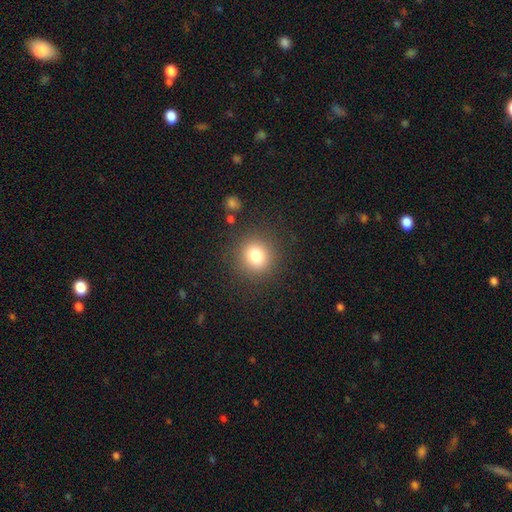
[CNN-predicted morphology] smooth 79%, star or artifact 12%, featured or disk 8%. Down the decision tree: how rounded — round (89%); merging — none (88%).